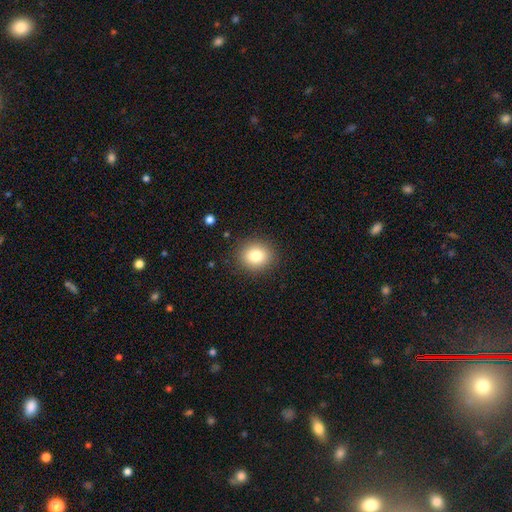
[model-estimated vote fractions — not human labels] Morphology: type=smooth (82%); roundness=round (76%); merging=none (88%).